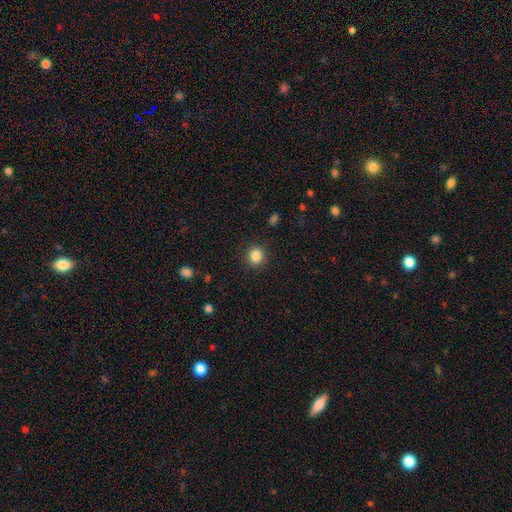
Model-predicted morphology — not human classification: type=smooth (85%); roundness=round (83%); merging=none (89%).